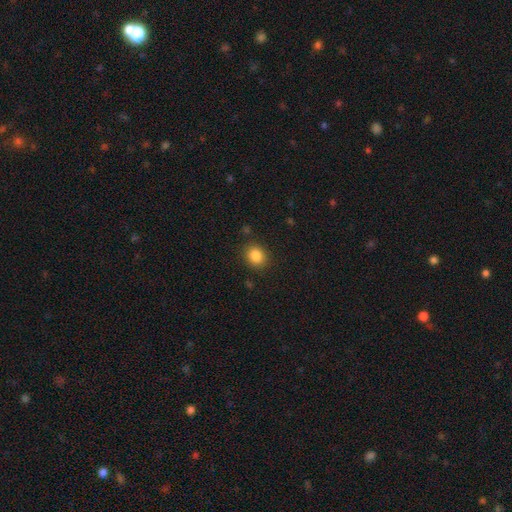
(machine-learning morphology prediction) This is clearly a smooth galaxy (85%). How rounded: likely round (67%). Merging: clearly none (87%).